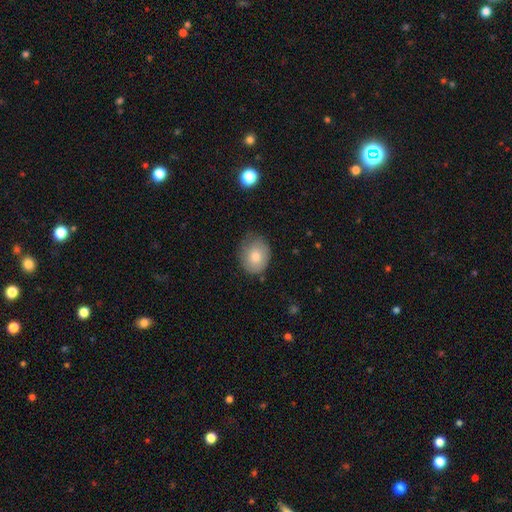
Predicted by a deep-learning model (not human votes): Q: Smooth or featured?
A: smooth (73%); runner-up: featured or disk (19%)
Q: How rounded?
A: in between (52%); runner-up: round (47%)
Q: Merging?
A: none (62%); runner-up: minor disturbance (30%)